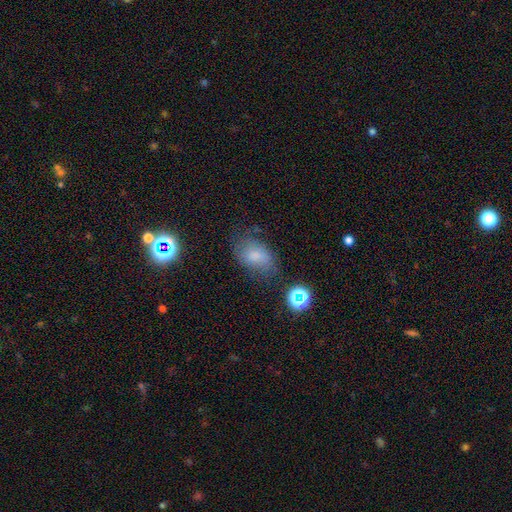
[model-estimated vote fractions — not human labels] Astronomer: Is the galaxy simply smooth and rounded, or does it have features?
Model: smooth — 70%.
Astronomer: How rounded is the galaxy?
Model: in between — 82%.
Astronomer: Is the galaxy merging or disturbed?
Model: none — 59%.